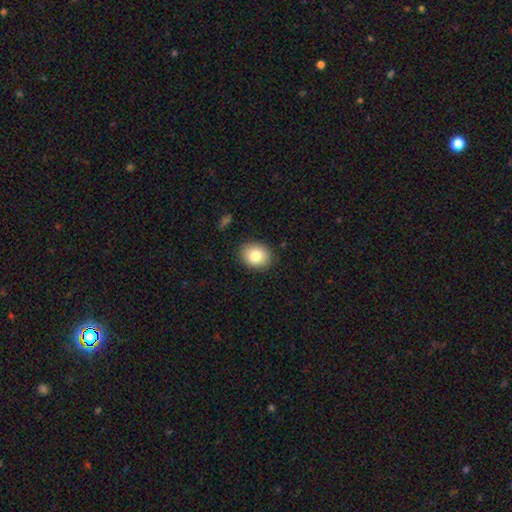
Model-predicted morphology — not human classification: Smooth or featured? smooth (82%)
How rounded? round (57%)
Merging? none (88%)